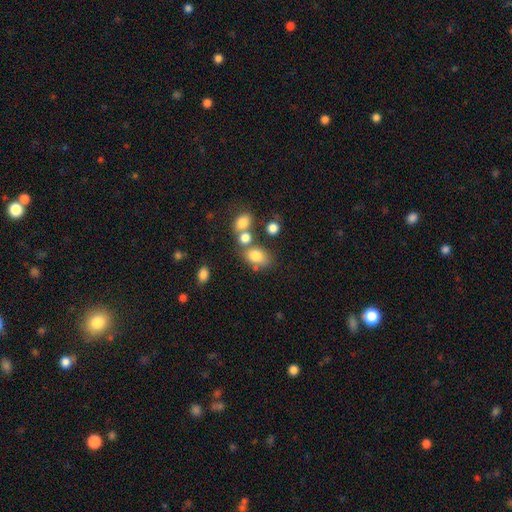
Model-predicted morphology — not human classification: smooth 77%, featured or disk 11%, star or artifact 11%. Down the decision tree: how rounded — in between (69%); merging — none (49%).